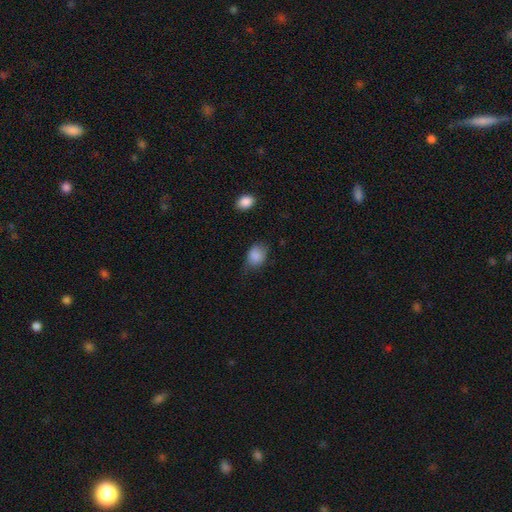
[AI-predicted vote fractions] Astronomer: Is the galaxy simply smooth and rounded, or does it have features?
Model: smooth — 85%.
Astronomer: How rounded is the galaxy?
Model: in between — 61% (runner-up: round, 38%).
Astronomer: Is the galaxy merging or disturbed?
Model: none — 52% (runner-up: minor disturbance, 35%).